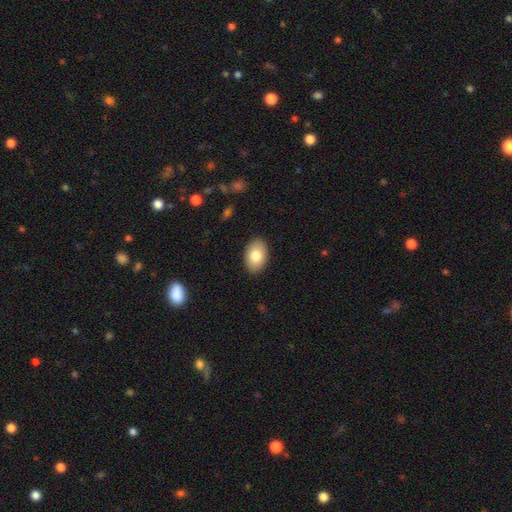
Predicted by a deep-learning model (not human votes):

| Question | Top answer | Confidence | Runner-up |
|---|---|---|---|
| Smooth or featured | smooth | 82% | featured or disk (11%) |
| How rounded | in between | 88% | round (11%) |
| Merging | none | 89% | minor disturbance (8%) |